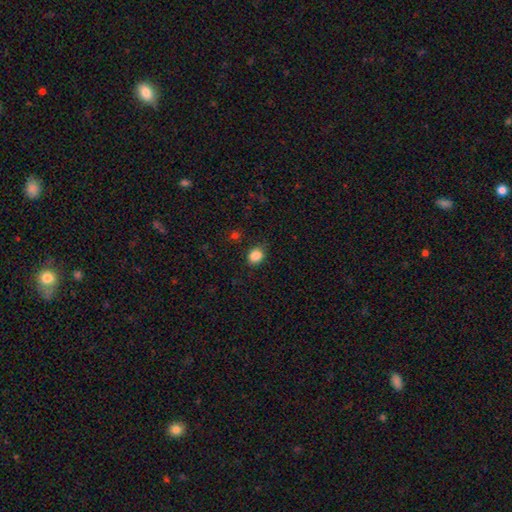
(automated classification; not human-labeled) Smooth or featured? Predicted: smooth (p=0.86). How rounded? Predicted: round (p=0.59). Merging? Predicted: none (p=0.84).